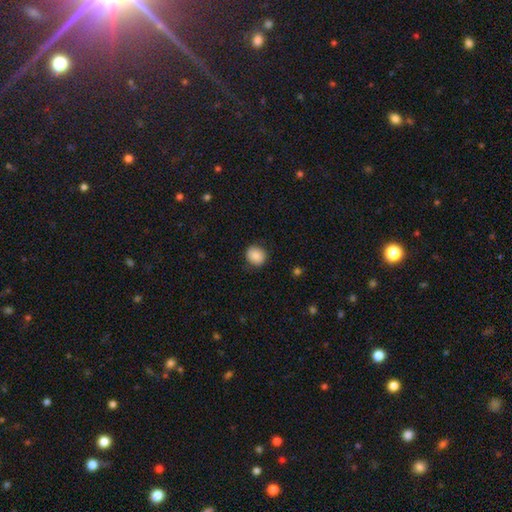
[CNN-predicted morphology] This is clearly a smooth galaxy (87%). How rounded: clearly round (81%). Merging: clearly none (86%).